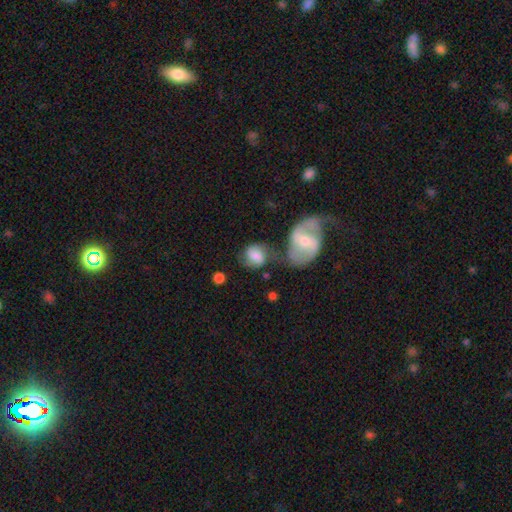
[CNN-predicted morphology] Smooth or featured?
  - smooth: 51% *
  - featured or disk: 41%
  - star or artifact: 8%
How rounded?
  - round: 56% *
  - in between: 43%
  - cigar-shaped: 2%
Merging?
  - none: 45% *
  - merger: 26%
  - minor disturbance: 19%
  - major disturbance: 10%